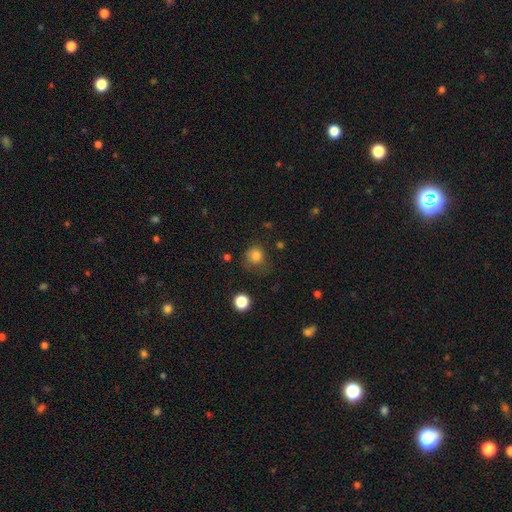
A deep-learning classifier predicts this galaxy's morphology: smooth_or_featured: smooth (p=0.81) [alt: star or artifact p=0.12]
how_rounded: round (p=0.80) [alt: in between p=0.19]
merging: none (p=0.51) [alt: minor disturbance p=0.27]